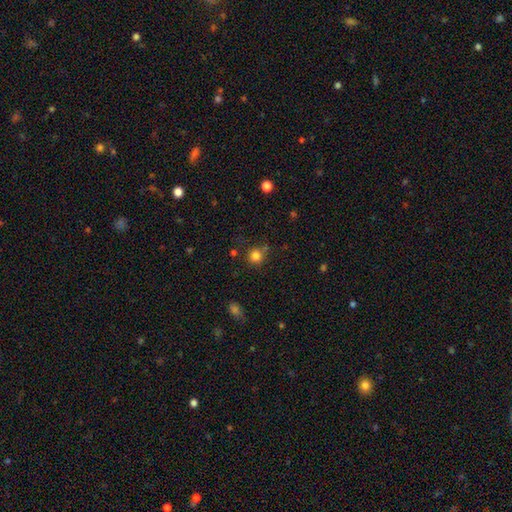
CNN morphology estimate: smooth_or_featured: smooth (p=0.81) [alt: star or artifact p=0.14]
how_rounded: round (p=0.91) [alt: in between p=0.08]
merging: none (p=0.73) [alt: minor disturbance p=0.14]